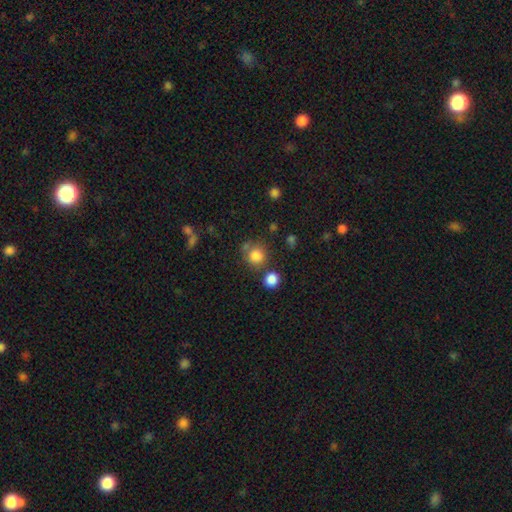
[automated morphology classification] This appears to be a smooth galaxy with no disk features (82%) that is round (89%). Merging: none (68%).